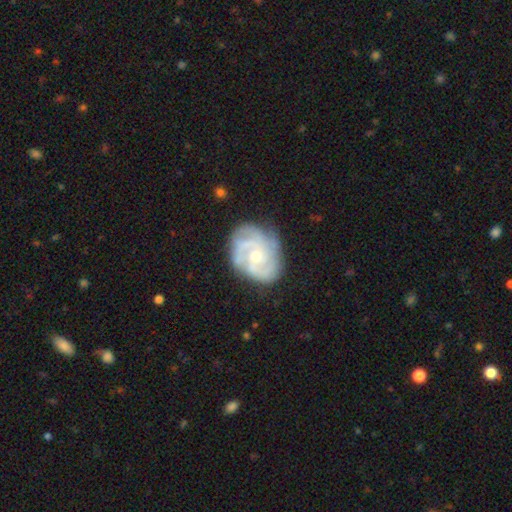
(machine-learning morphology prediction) type=featured or disk (84%); edge-on=no (98%); bar=no (70%); spiral arms=yes (96%); winding=tight (53%); arm count=3 (40%); bulge=small (57%); merging=none (71%).